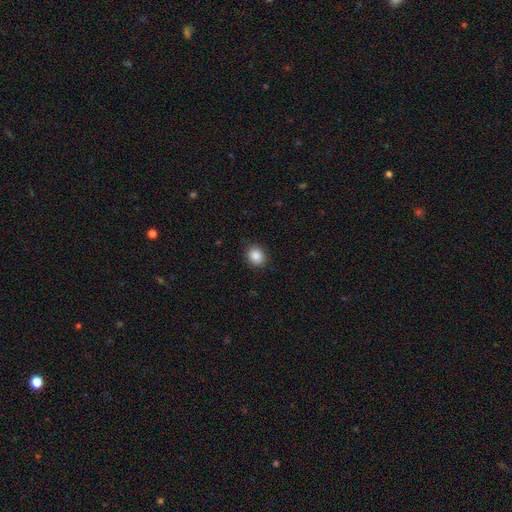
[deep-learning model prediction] This is clearly a smooth galaxy (87%). How rounded: likely round (66%). Merging: clearly none (88%).